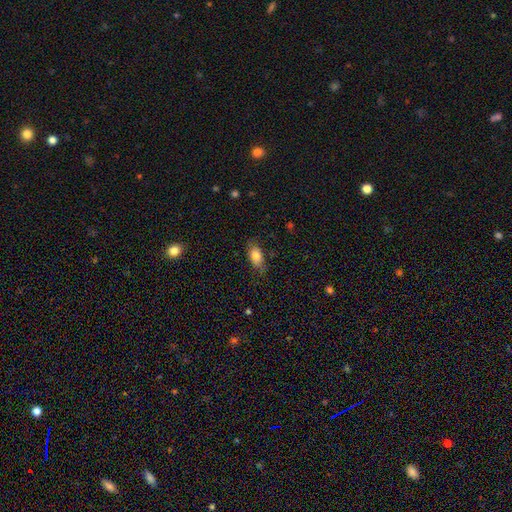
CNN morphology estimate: smooth_or_featured: smooth (p=0.79) [alt: featured or disk p=0.13]
how_rounded: in between (p=0.86) [alt: round p=0.08]
merging: none (p=0.74) [alt: minor disturbance p=0.20]